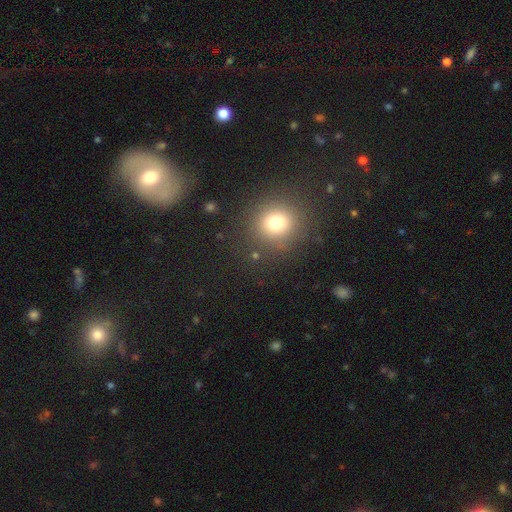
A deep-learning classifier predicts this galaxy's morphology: smooth 70%, star or artifact 21%, featured or disk 8%. Down the decision tree: how rounded — round (86%); merging — none (86%).